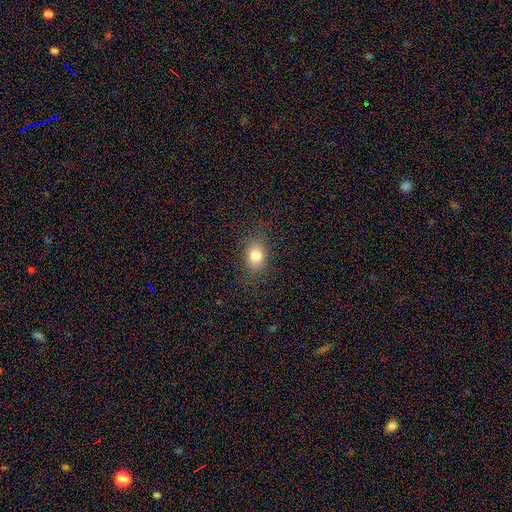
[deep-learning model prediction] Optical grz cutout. It shows a smooth galaxy with no disk features (81%) that is in between round and cigar-shaped (69%). Merging: none (83%).